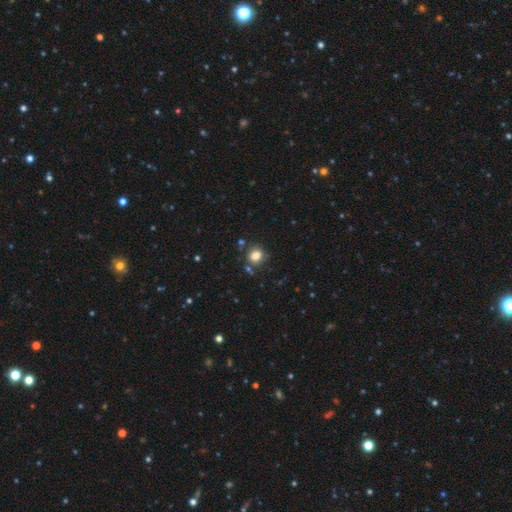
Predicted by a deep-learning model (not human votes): smooth_or_featured: smooth (p=0.82) [alt: star or artifact p=0.12]
how_rounded: round (p=0.79) [alt: in between p=0.20]
merging: none (p=0.80) [alt: minor disturbance p=0.11]